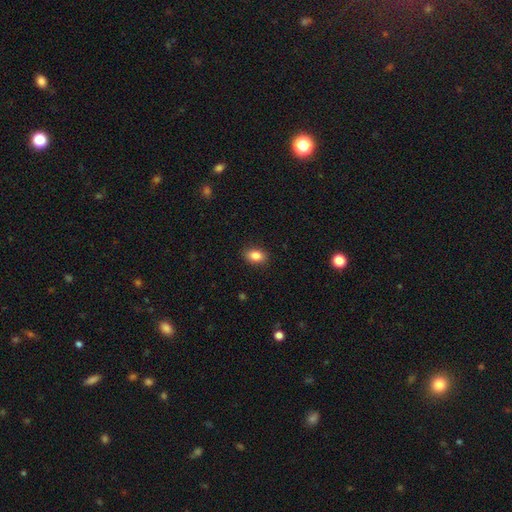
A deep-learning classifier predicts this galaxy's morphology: Smooth or featured? Predicted: smooth (p=0.85). How rounded? Predicted: in between (p=0.80). Merging? Predicted: none (p=0.89).